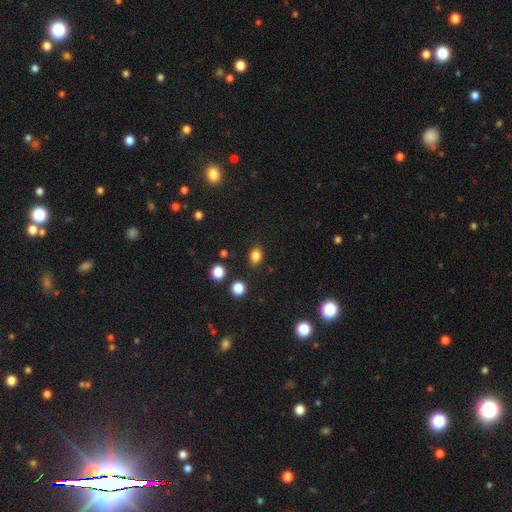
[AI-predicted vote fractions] Smooth or featured?
  - smooth: 83% *
  - star or artifact: 12%
  - featured or disk: 5%
How rounded?
  - in between: 61% *
  - round: 38%
  - cigar-shaped: 1%
Merging?
  - none: 85% *
  - minor disturbance: 10%
  - major disturbance: 3%
  - merger: 2%